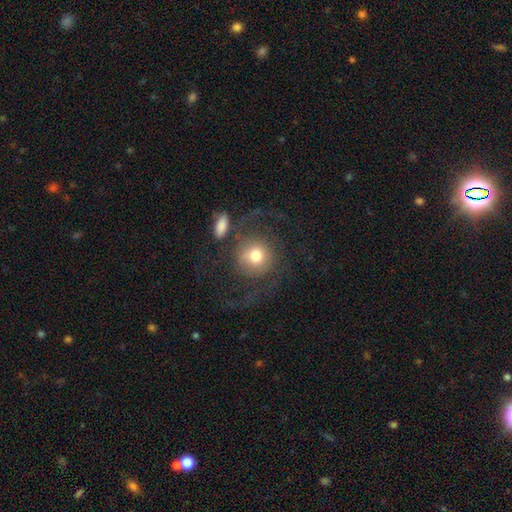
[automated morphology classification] Smooth or featured: smooth — 59% (featured or disk — 32%)
How rounded: round — 88% (in between — 11%)
Merging: none — 47% (major disturbance — 30%)